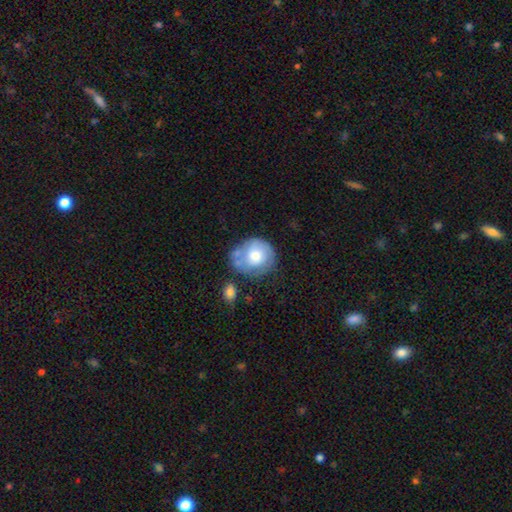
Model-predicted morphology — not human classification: This is likely a smooth galaxy (60%). How rounded: likely round (74%). Merging: possibly none (45%).